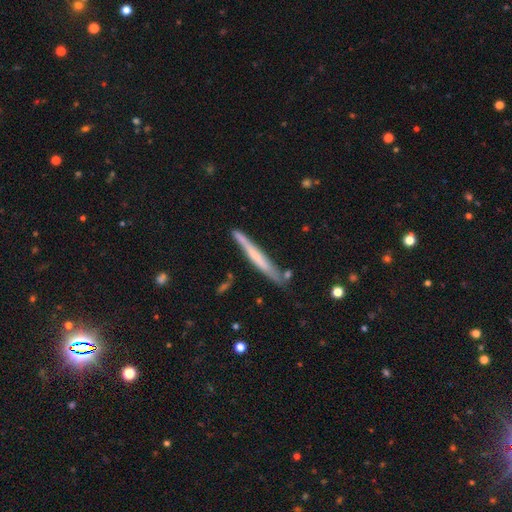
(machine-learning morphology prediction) Smooth or featured? Predicted: smooth (p=0.48). Merging? Predicted: none (p=0.79).